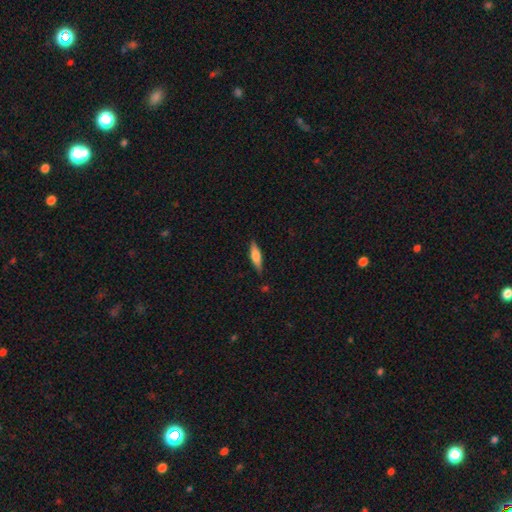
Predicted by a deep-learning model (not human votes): Smooth or featured? Predicted: smooth (p=0.64). How rounded? Predicted: cigar-shaped (p=0.63). Merging? Predicted: none (p=0.83).